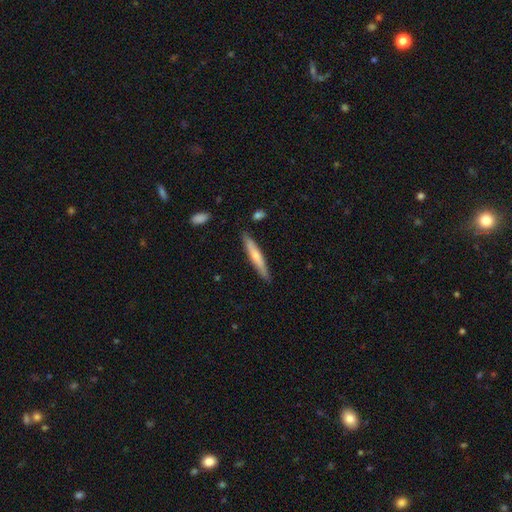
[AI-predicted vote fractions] Morphology: type=smooth (55%); roundness=cigar-shaped (92%); merging=none (86%).